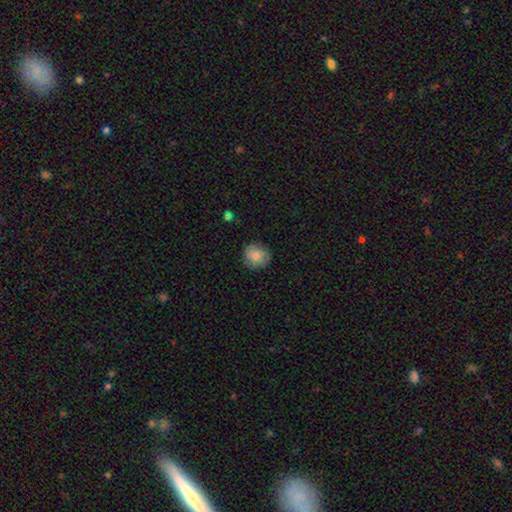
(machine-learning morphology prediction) Smooth or featured: smooth — 79% (featured or disk — 14%)
How rounded: round — 87% (in between — 12%)
Merging: none — 83% (minor disturbance — 13%)